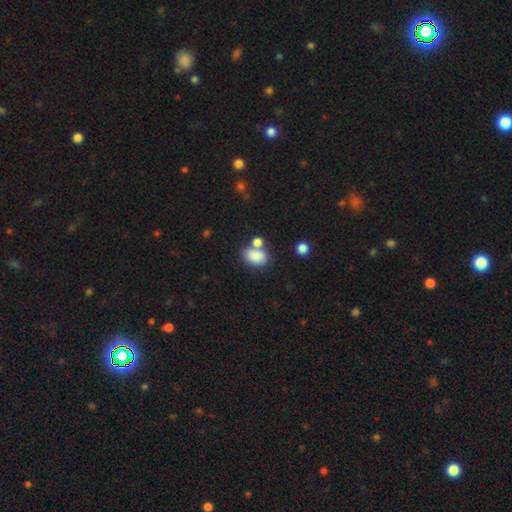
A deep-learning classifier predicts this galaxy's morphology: smooth-or-featured: smooth: 83% | star or artifact: 9% | featured or disk: 8%
  how-rounded: in between: 80% | round: 19% | cigar-shaped: 1%
  merging: none: 49% | merger: 32% | minor disturbance: 14% | major disturbance: 5%